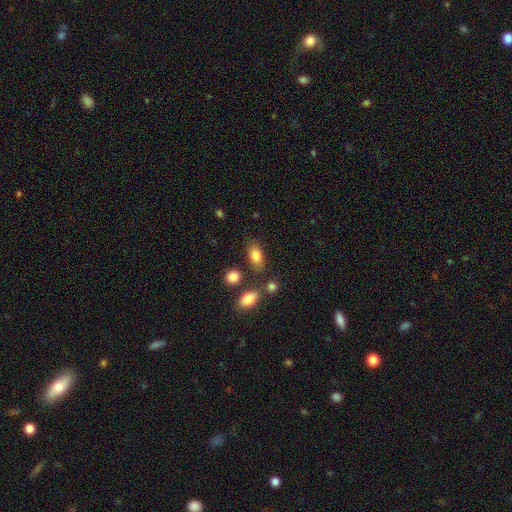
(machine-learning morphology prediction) Smooth or featured: smooth — 83% (star or artifact — 8%)
How rounded: in between — 88% (round — 8%)
Merging: none — 73% (minor disturbance — 14%)